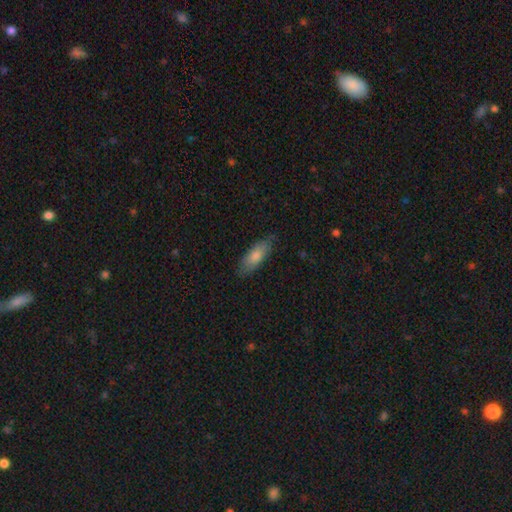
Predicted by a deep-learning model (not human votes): The model was most divided on "how rounded": in between: 59%, cigar-shaped: 39%, round: 2%. More confident: merging — none (82%); smooth or featured — smooth (75%).